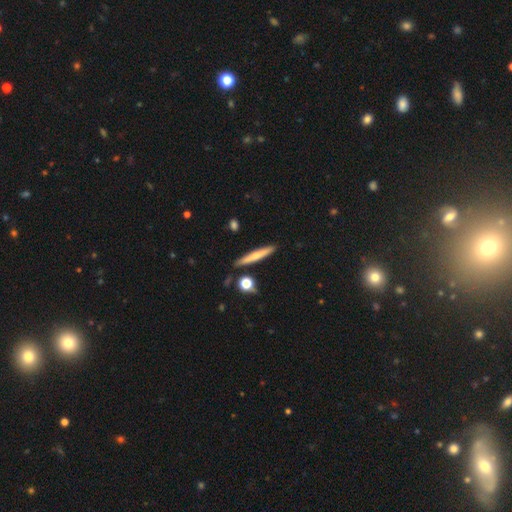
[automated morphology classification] smooth_or_featured: smooth (p=0.61) [alt: featured or disk p=0.32]
how_rounded: cigar-shaped (p=0.93) [alt: in between p=0.05]
merging: none (p=0.87) [alt: minor disturbance p=0.08]